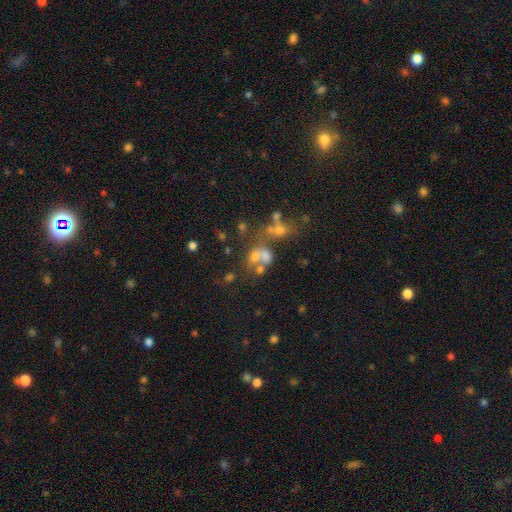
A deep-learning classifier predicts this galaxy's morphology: Smooth or featured? Predicted: smooth (p=0.40). Merging? Predicted: merger (p=0.48).